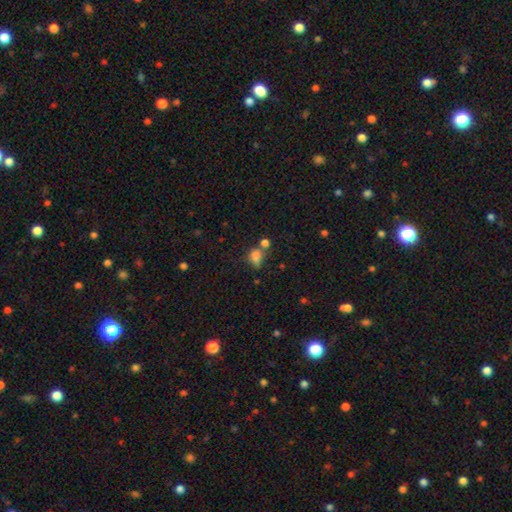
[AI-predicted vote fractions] A smooth galaxy with no disk features (76%) that is in between round and cigar-shaped (63%). Merging: none (34%).